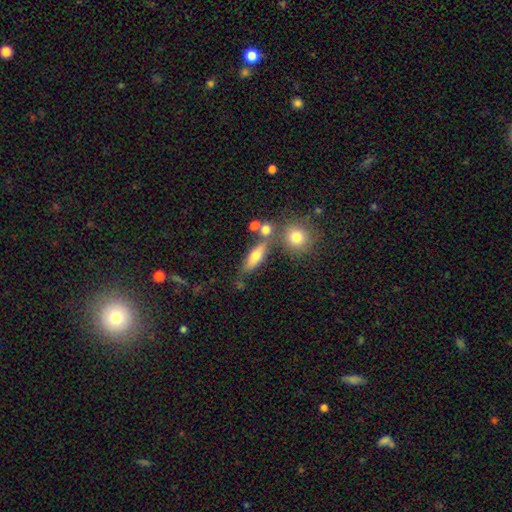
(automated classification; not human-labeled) Smooth or featured? Predicted: smooth (p=0.63). How rounded? Predicted: in between (p=0.51). Merging? Predicted: none (p=0.65).